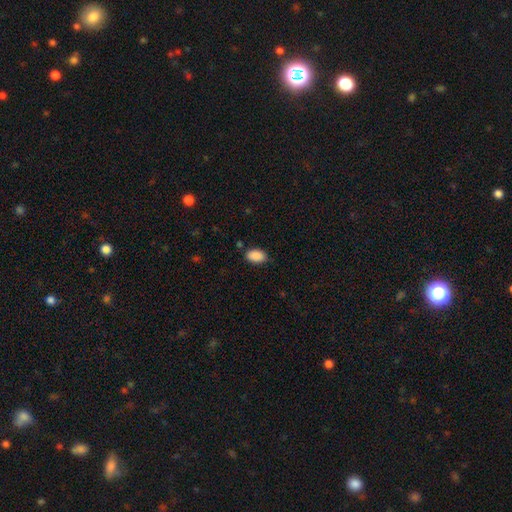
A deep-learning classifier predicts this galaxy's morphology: Overall: smooth (90%). How rounded: in between (91%). Merging: none (83%).